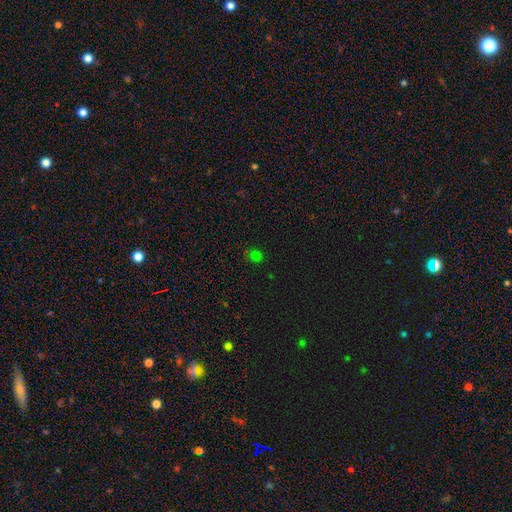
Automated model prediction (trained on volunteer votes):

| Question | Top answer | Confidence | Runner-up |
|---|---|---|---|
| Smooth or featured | smooth | 62% | star or artifact (33%) |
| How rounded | round | 82% | in between (17%) |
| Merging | none | 79% | minor disturbance (13%) |